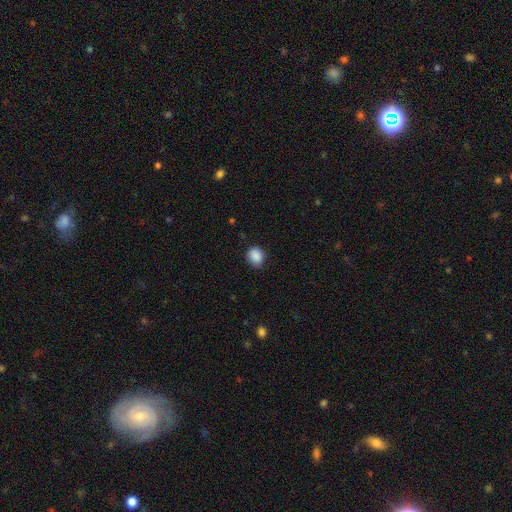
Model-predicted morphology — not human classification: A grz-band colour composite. It shows a smooth galaxy with no disk features (88%) that is round (61%). Merging: none (78%).